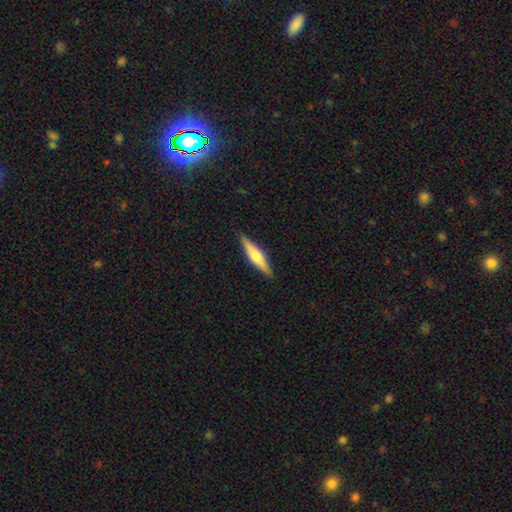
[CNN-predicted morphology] smooth_or_featured: featured or disk (p=0.52) [alt: smooth p=0.43]
disk_edge_on: yes (p=0.95) [alt: no p=0.05]
merging: none (p=0.89) [alt: minor disturbance p=0.08]